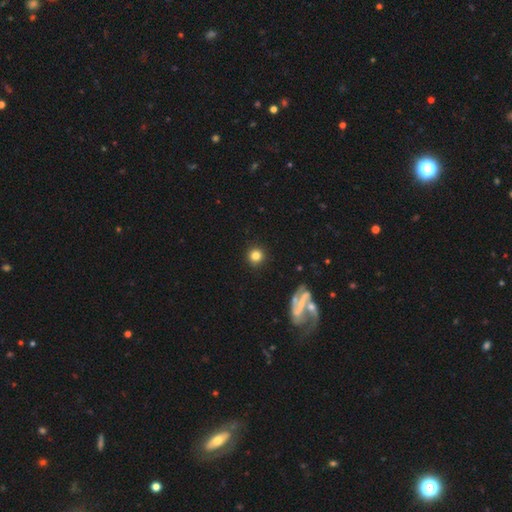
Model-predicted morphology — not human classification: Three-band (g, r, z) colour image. It shows a smooth galaxy with no disk features (78%) that is round (94%). Merging: none (90%).